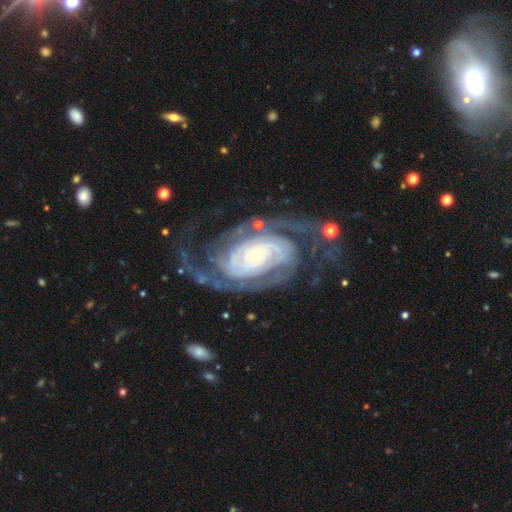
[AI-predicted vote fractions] This is clearly a featured or disk galaxy (91%). It is clearly not viewed edge-on (96%). Bar: likely no (70%). Spiral arm pattern: clearly yes (97%). Spiral arm count: possibly 2 (55%). Spiral winding: likely tight (61%). Central bulge: likely small (75%). Merging: likely none (61%).